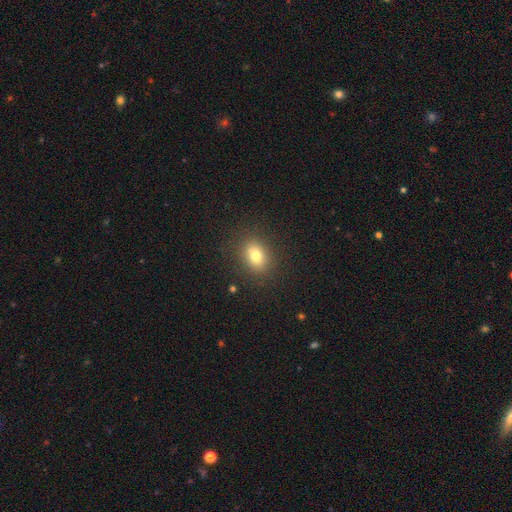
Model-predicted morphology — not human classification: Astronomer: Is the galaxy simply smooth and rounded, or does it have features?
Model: smooth — 76%.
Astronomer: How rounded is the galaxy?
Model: in between — 60% (runner-up: round, 38%).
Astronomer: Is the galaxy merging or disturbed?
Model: none — 86%.